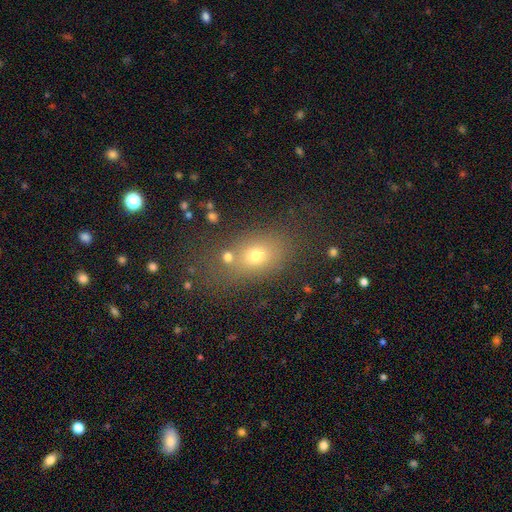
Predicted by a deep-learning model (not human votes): Smooth or featured: smooth — 69% (star or artifact — 17%)
How rounded: in between — 71% (round — 25%)
Merging: none — 64% (merger — 15%)